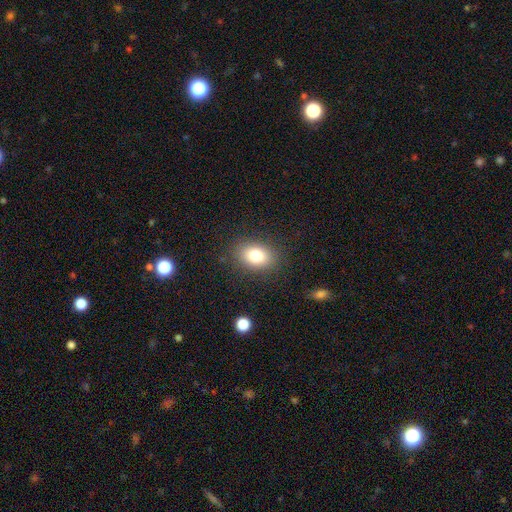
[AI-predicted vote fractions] smooth-or-featured: smooth: 80% | featured or disk: 10% | star or artifact: 10%
  how-rounded: in between: 77% | round: 22% | cigar-shaped: 1%
  merging: none: 85% | minor disturbance: 10% | major disturbance: 4% | merger: 1%